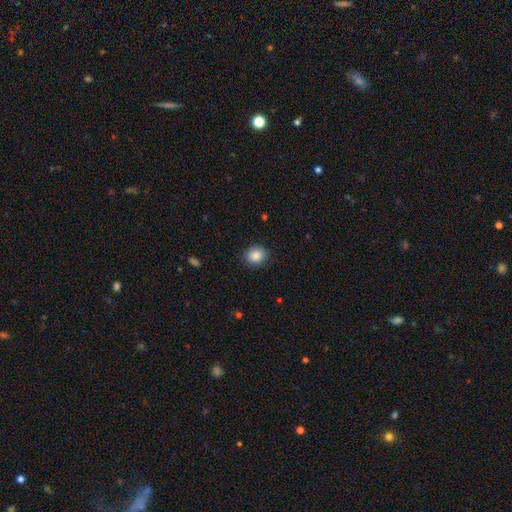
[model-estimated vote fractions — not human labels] Smooth or featured?
  - smooth: 87% *
  - star or artifact: 9%
  - featured or disk: 5%
How rounded?
  - round: 71% *
  - in between: 28%
  - cigar-shaped: 1%
Merging?
  - none: 89% *
  - minor disturbance: 8%
  - major disturbance: 2%
  - merger: 1%